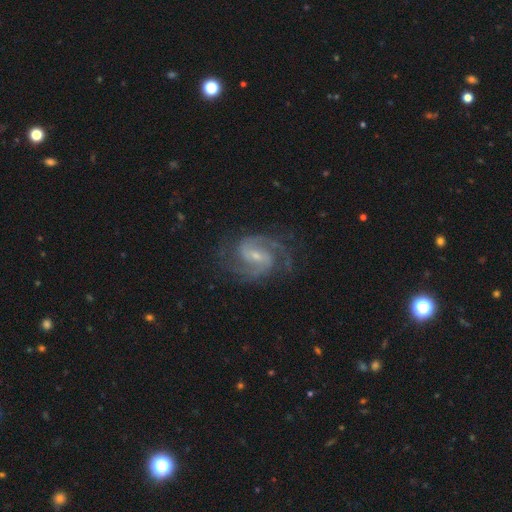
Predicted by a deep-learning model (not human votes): Smooth or featured? Predicted: featured or disk (p=0.92). Edge-on disk? Predicted: no (p=0.98). Bar? Predicted: weak (p=0.52). Spiral arms? Predicted: yes (p=0.98). Spiral winding? Predicted: medium (p=0.58). Spiral arm count? Predicted: 2 (p=0.78). Bulge size? Predicted: small (p=0.67). Merging? Predicted: none (p=0.76).